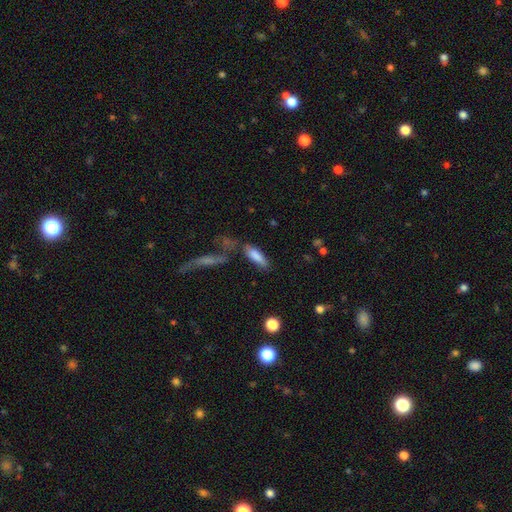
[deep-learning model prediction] This is clearly a smooth galaxy (81%). How rounded: possibly in between (51%). Merging: possibly none (59%).